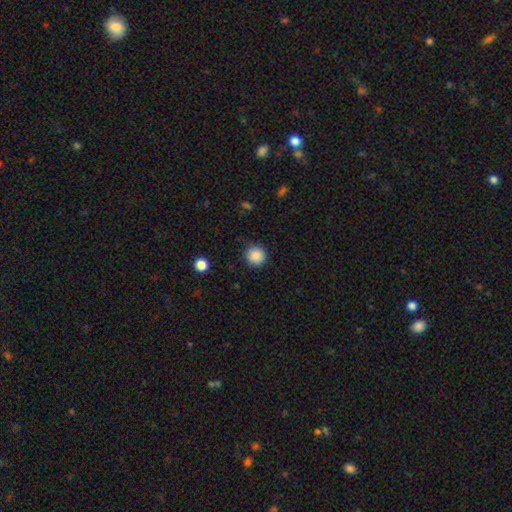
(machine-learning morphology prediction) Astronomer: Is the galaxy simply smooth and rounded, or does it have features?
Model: smooth — 87%.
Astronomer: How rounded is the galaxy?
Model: round — 94%.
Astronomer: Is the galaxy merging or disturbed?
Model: none — 83%.